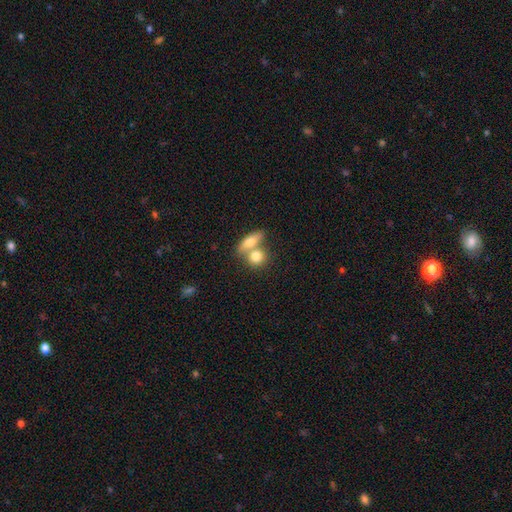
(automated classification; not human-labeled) Smooth or featured: smooth — 78% (featured or disk — 15%)
How rounded: round — 52% (in between — 41%)
Merging: merger — 55% (none — 35%)